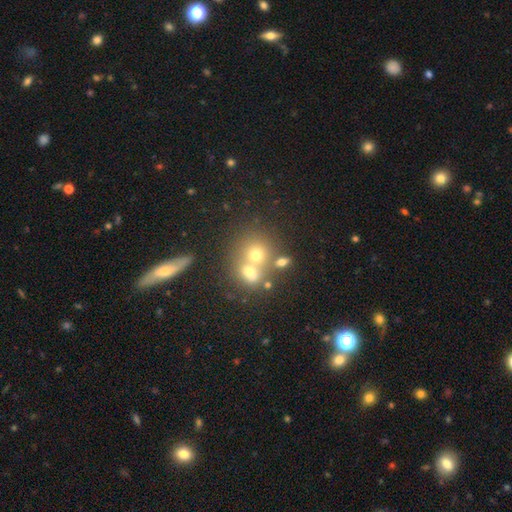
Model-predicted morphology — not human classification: Smooth or featured? smooth (53%)
How rounded? round (75%)
Merging? merger (51%)